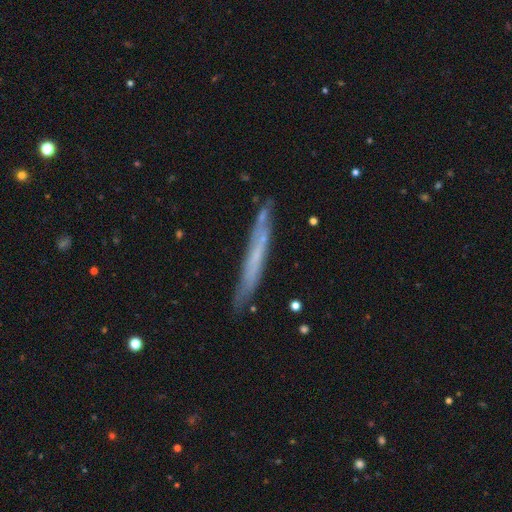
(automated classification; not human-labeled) Smooth or featured?
  - featured or disk: 51% *
  - smooth: 42%
  - star or artifact: 8%
Edge-on disk?
  - yes: 87% *
  - no: 13%
Merging?
  - none: 79% *
  - minor disturbance: 15%
  - major disturbance: 3%
  - merger: 2%